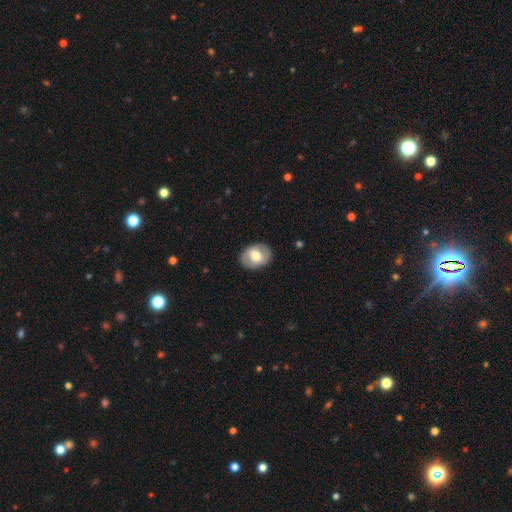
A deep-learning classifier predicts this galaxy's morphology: Smooth or featured? smooth (56%)
How rounded? in between (64%)
Merging? none (87%)